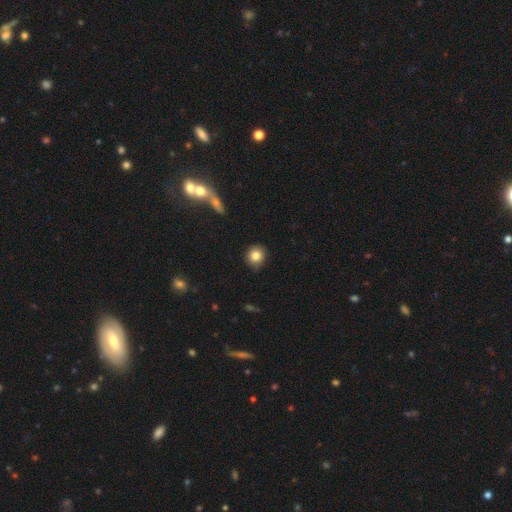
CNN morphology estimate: type=smooth (82%); roundness=round (89%); merging=none (84%).